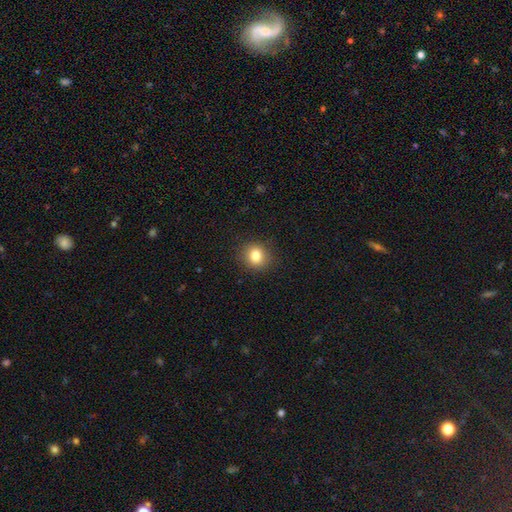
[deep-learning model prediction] Smooth or featured?
  - smooth: 82% *
  - star or artifact: 11%
  - featured or disk: 7%
How rounded?
  - round: 79% *
  - in between: 21%
  - cigar-shaped: 1%
Merging?
  - none: 89% *
  - minor disturbance: 7%
  - major disturbance: 2%
  - merger: 1%